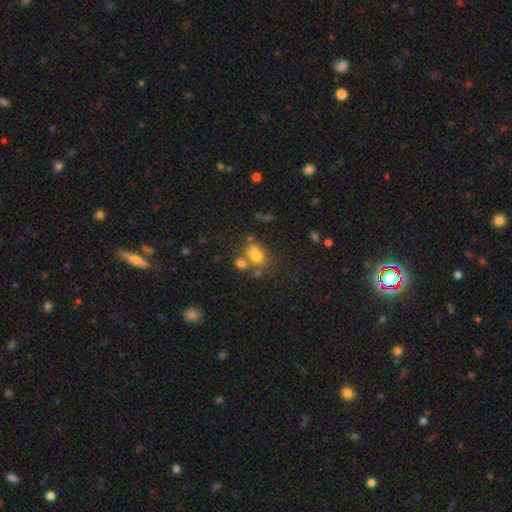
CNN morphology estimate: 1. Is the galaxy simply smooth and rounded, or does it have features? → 68% smooth, 17% featured or disk, 15% star or artifact.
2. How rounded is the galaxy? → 52% in between, 46% round, 2% cigar-shaped.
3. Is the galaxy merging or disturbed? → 41% none, 35% merger, 15% minor disturbance, 9% major disturbance.